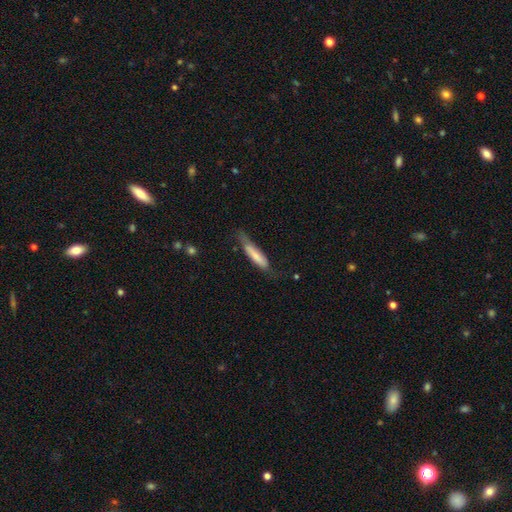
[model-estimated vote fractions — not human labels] smooth-or-featured: smooth: 71% | featured or disk: 23% | star or artifact: 6%
  how-rounded: cigar-shaped: 82% | in between: 17% | round: 1%
  merging: none: 47% | minor disturbance: 35% | major disturbance: 15% | merger: 3%